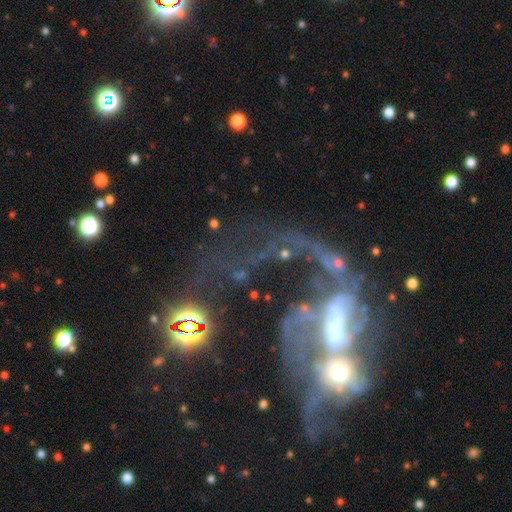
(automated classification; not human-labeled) Smooth or featured? featured or disk (67%)
Edge-on disk? no (94%)
Bar? no (53%)
Spiral arms? yes (61%)
Bulge size? moderate (43%)
Merging? merger (67%)